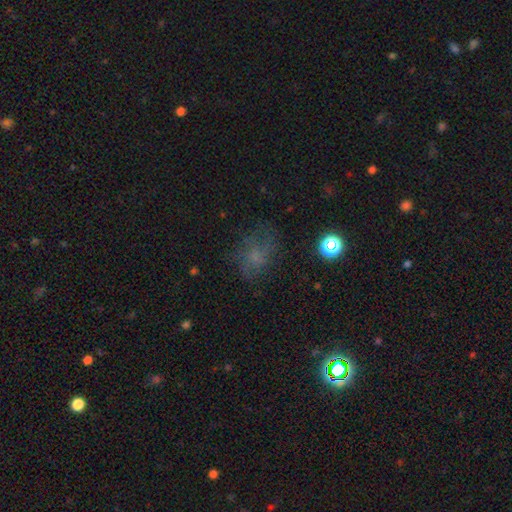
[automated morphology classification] A smooth galaxy with no disk features (49%). Merging: none (60%).